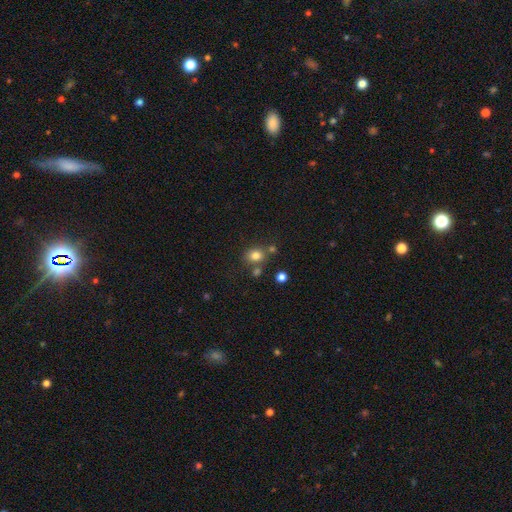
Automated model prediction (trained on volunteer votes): smooth 78%, star or artifact 14%, featured or disk 8%. Down the decision tree: how rounded — round (65%); merging — none (67%).